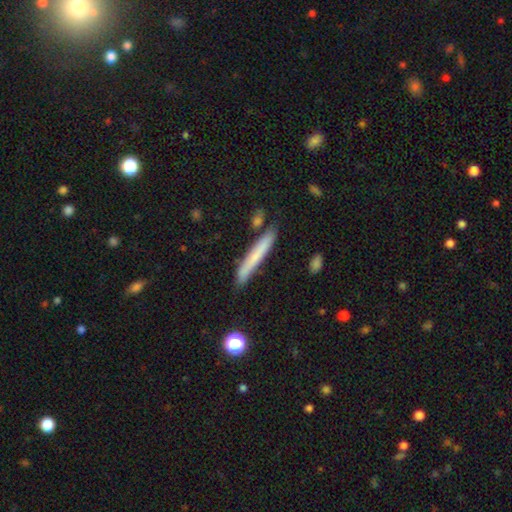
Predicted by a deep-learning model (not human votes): Overall: smooth (65%; featured or disk 28%). How rounded: cigar-shaped (95%). Merging: none (80%).